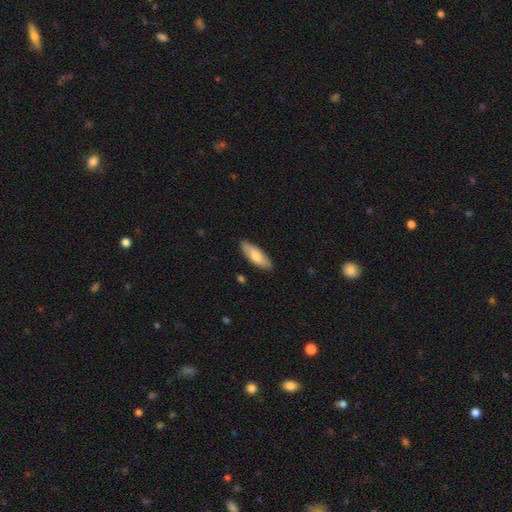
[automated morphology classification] Smooth or featured?
  - smooth: 72% *
  - featured or disk: 23%
  - star or artifact: 5%
How rounded?
  - in between: 66% *
  - cigar-shaped: 33%
  - round: 2%
Merging?
  - none: 87% *
  - minor disturbance: 10%
  - major disturbance: 2%
  - merger: 1%